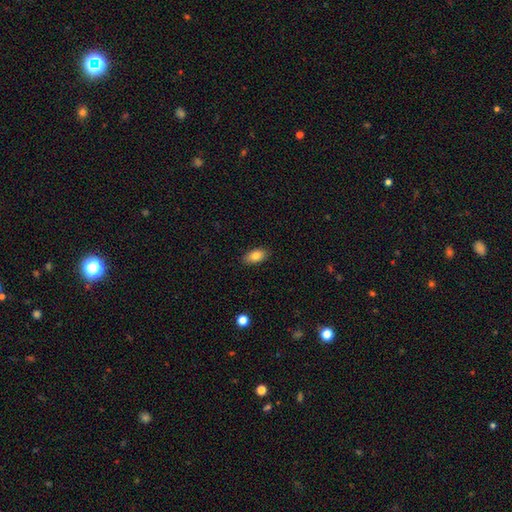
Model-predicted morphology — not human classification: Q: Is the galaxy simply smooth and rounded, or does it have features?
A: smooth — 81%.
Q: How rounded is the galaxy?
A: in between — 90%.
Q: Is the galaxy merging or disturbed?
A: none — 87%.